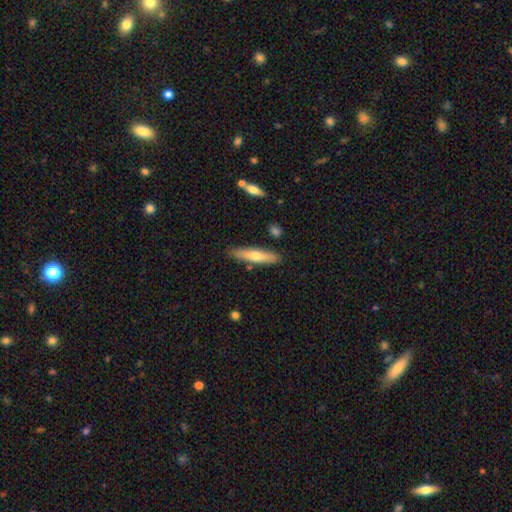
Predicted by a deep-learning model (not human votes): The model was most divided on "smooth or featured": smooth: 54%, featured or disk: 40%, star or artifact: 6%. More confident: merging — none (88%); how rounded — cigar-shaped (84%).